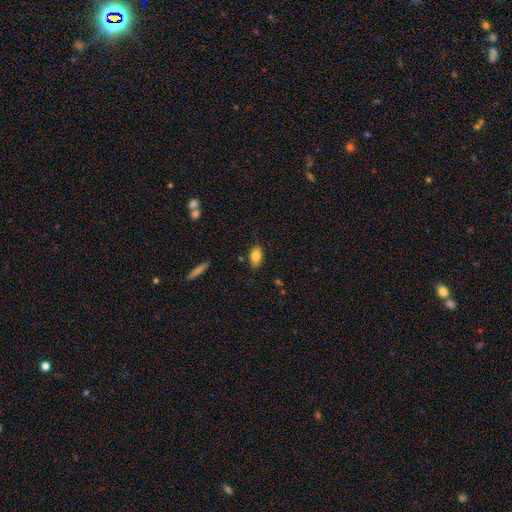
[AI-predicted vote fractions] Q: Smooth or featured?
A: smooth (82%); runner-up: featured or disk (11%)
Q: How rounded?
A: in between (90%); runner-up: round (6%)
Q: Merging?
A: none (81%); runner-up: minor disturbance (14%)